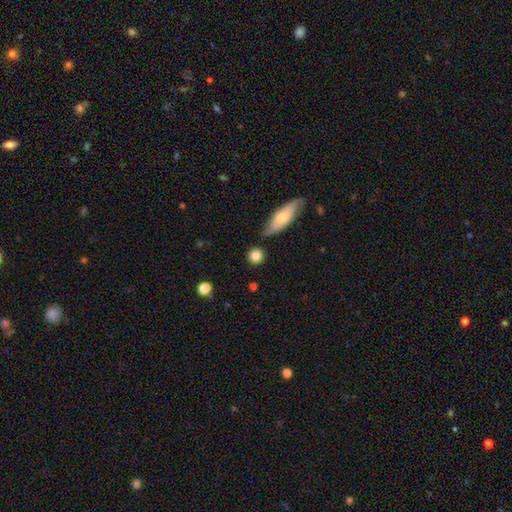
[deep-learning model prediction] The model was most divided on "merging": none: 82%, minor disturbance: 10%, merger: 5%, major disturbance: 3%. More confident: how rounded — round (88%); smooth or featured — smooth (84%).